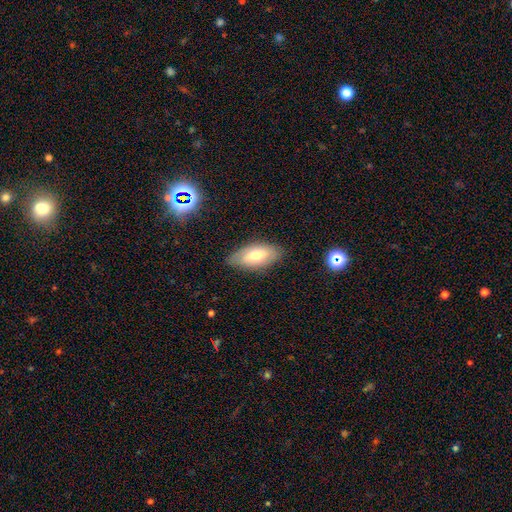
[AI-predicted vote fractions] A smooth galaxy with no disk features (70%) that is in between round and cigar-shaped (89%).

Vote fractions:
- Smooth or featured? smooth: 70% / featured or disk: 23% / star or artifact: 7%
- How rounded? in between: 89% / cigar-shaped: 8% / round: 3%
- Merging? none: 82% / minor disturbance: 14% / major disturbance: 3% / merger: 1%